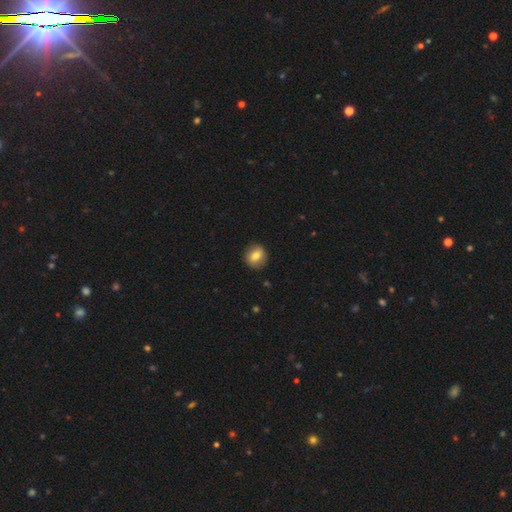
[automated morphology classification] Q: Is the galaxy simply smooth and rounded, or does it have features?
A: smooth — 73%.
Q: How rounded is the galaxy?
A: round — 81%.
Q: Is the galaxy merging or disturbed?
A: none — 89%.